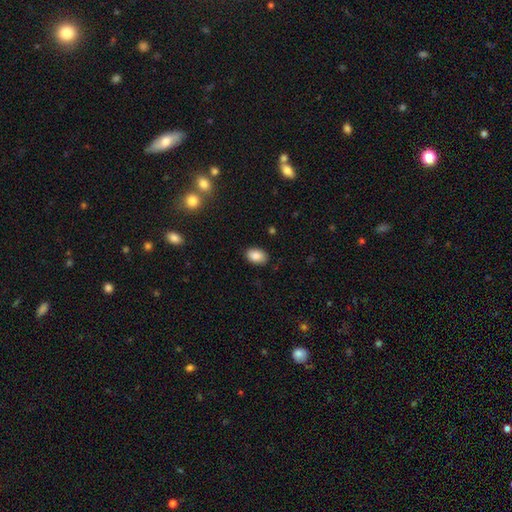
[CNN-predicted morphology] smooth_or_featured: smooth (p=0.87) [alt: star or artifact p=0.08]
how_rounded: in between (p=0.86) [alt: round p=0.13]
merging: none (p=0.86) [alt: minor disturbance p=0.11]